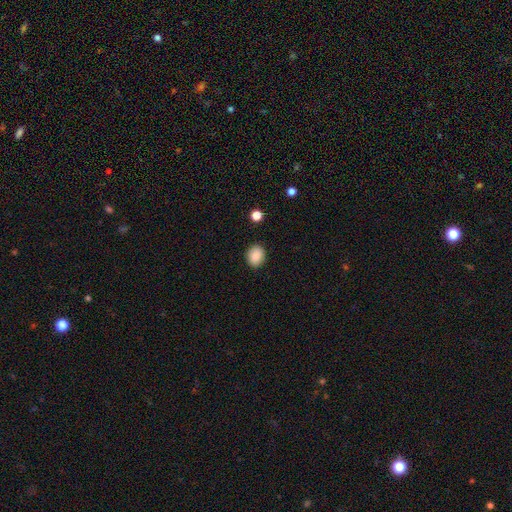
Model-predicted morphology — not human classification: Smooth or featured? smooth (88%)
How rounded? round (54%)
Merging? none (88%)